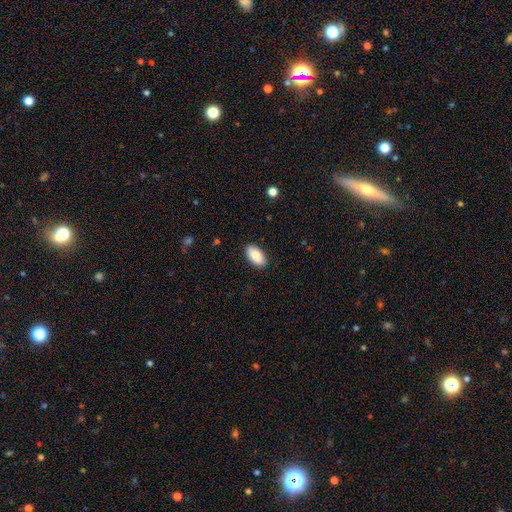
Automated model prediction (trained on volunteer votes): Morphology: type=smooth (87%); roundness=in between (94%); merging=none (88%).